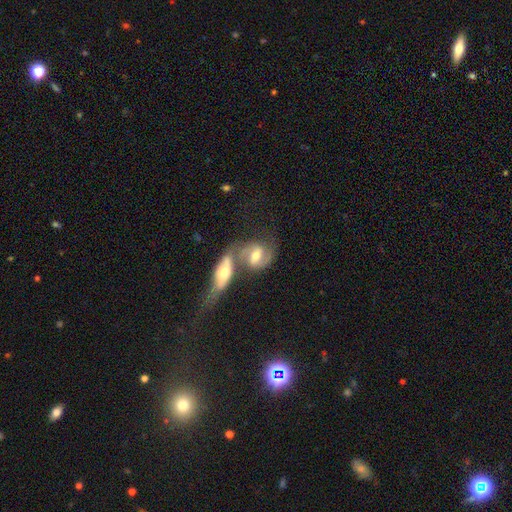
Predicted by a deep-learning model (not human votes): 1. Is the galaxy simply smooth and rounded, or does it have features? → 76% featured or disk, 18% smooth, 5% star or artifact.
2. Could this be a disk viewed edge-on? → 93% no, 7% yes.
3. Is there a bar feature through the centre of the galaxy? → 48% weak, 29% strong, 23% no.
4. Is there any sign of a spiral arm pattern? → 93% yes, 7% no.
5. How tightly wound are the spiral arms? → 52% medium, 24% loose, 24% tight.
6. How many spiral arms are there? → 89% 2, 6% can't tell, 2% 1, 1% 3, 1% 4, 1% more than 4.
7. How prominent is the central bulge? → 68% moderate, 19% small, 10% large, 2% none, 1% dominant.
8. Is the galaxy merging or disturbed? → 57% merger, 29% none, 9% minor disturbance, 5% major disturbance.